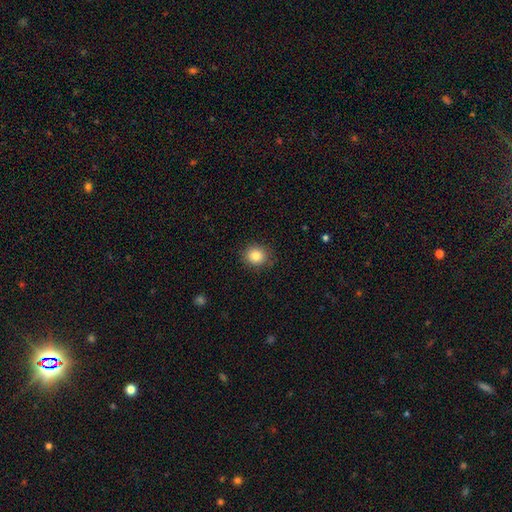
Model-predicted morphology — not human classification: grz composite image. It shows a smooth galaxy with no disk features (85%) that is round (79%). Merging: none (87%).